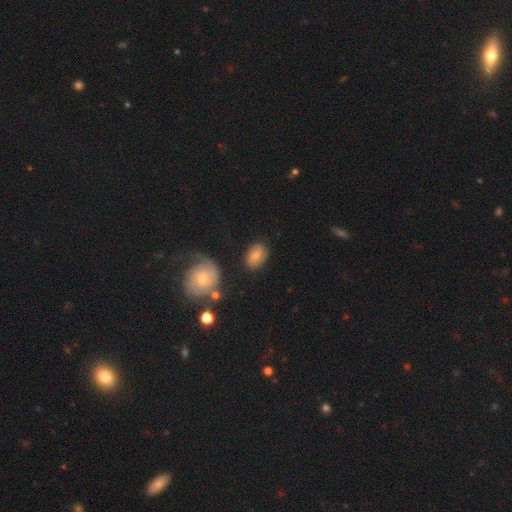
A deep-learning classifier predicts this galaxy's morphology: Smooth or featured: smooth — 68% (featured or disk — 24%)
How rounded: in between — 80% (round — 19%)
Merging: none — 77% (minor disturbance — 15%)